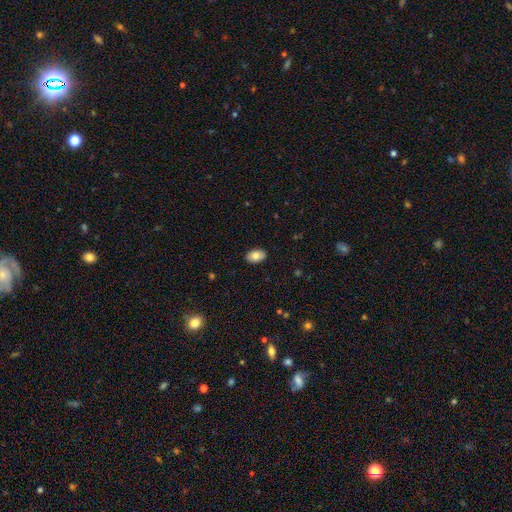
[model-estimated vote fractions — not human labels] This appears to be a smooth galaxy with no disk features (80%) that is in between round and cigar-shaped (90%). Merging: none (89%).